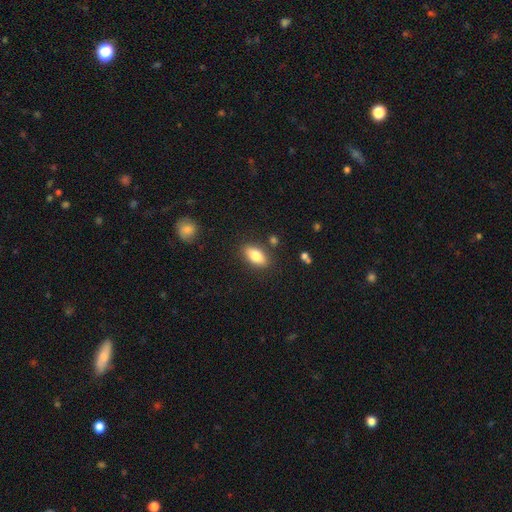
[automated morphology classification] smooth_or_featured: smooth (p=0.82) [alt: featured or disk p=0.11]
how_rounded: in between (p=0.88) [alt: cigar-shaped p=0.08]
merging: none (p=0.84) [alt: minor disturbance p=0.10]